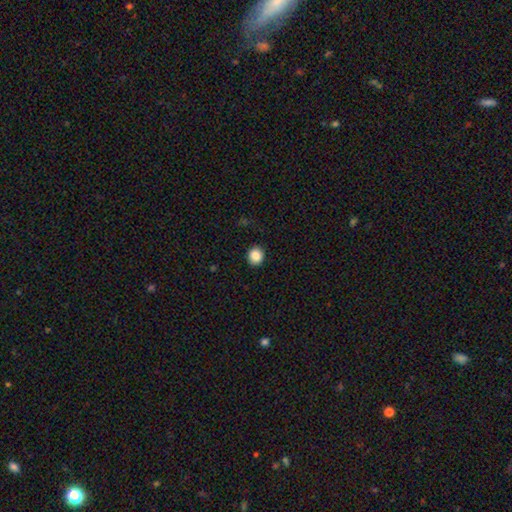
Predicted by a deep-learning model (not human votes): A smooth galaxy with no disk features (87%) that is round (83%). Merging: none (91%).